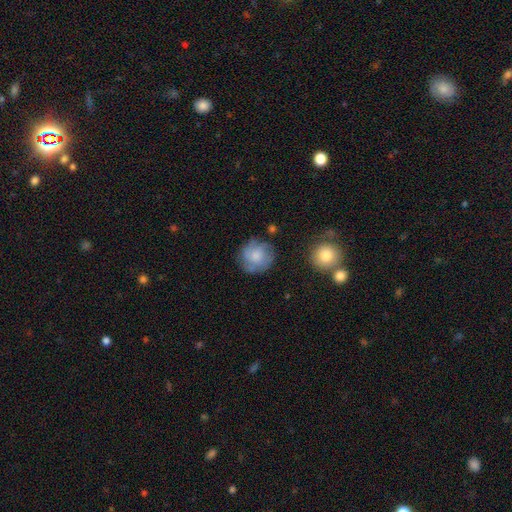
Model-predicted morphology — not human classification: Smooth or featured?
  - smooth: 59% *
  - featured or disk: 33%
  - star or artifact: 8%
How rounded?
  - round: 89% *
  - in between: 10%
  - cigar-shaped: 1%
Merging?
  - none: 69% *
  - minor disturbance: 20%
  - major disturbance: 8%
  - merger: 3%